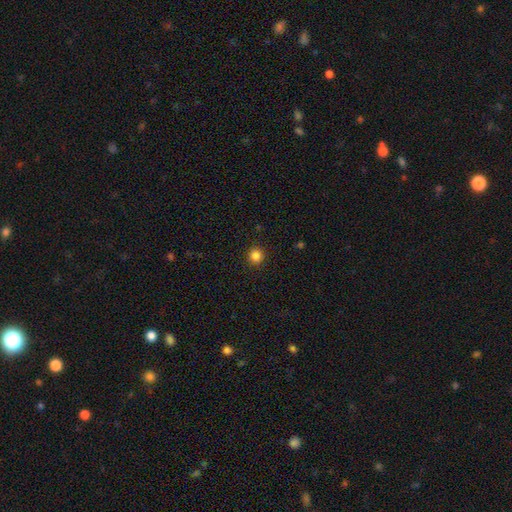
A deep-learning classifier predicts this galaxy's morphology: Overall: smooth (85%). How rounded: round (93%). Merging: none (92%).